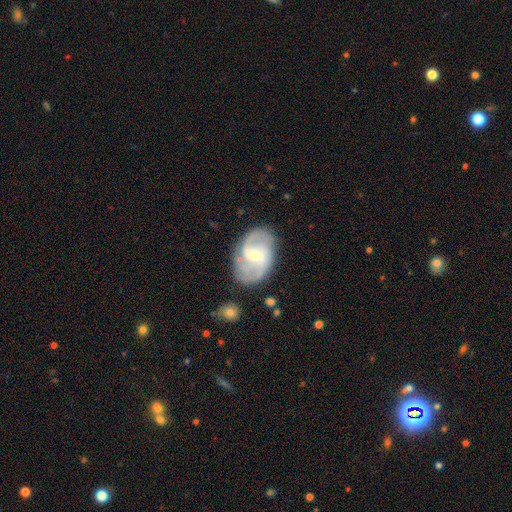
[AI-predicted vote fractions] A featured or disk galaxy (82%) with a weak bar (53%), 2 (71%) medium (48%) spiral arms (94%) and a small central bulge (61%). Merging: none (76%).